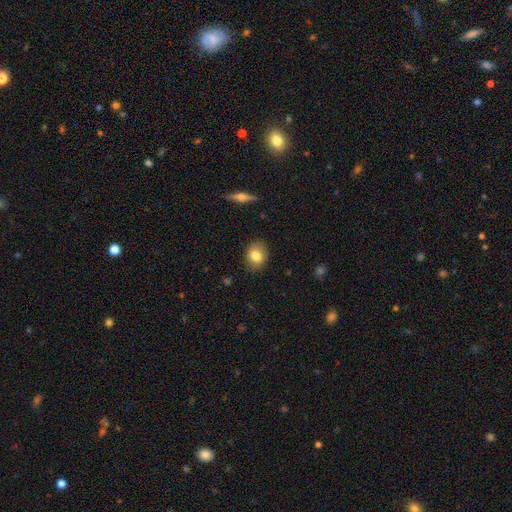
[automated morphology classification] Smooth or featured: smooth — 79% (featured or disk — 13%)
How rounded: in between — 57% (round — 42%)
Merging: none — 84% (minor disturbance — 12%)